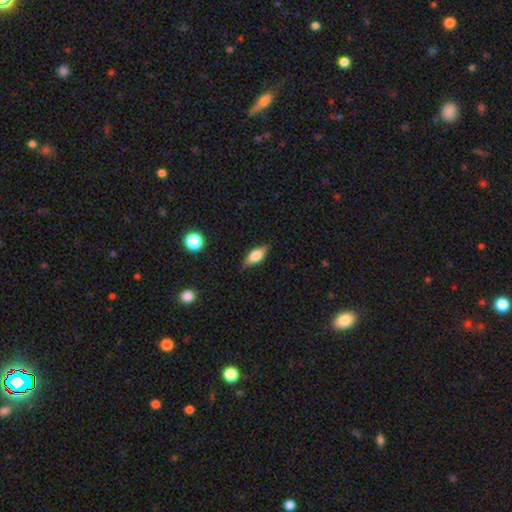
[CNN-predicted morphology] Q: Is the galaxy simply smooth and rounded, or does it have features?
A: smooth — 67%.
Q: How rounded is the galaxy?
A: in between — 72%.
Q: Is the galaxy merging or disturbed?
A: none — 85%.